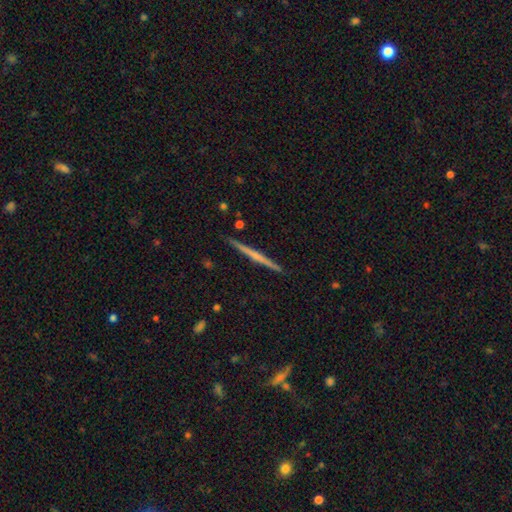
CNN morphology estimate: Overall: featured or disk (66%; smooth 29%). Edge-on disk: yes (98%). Edge-on bulge: none (64%; rounded 28%). Merging: none (92%).